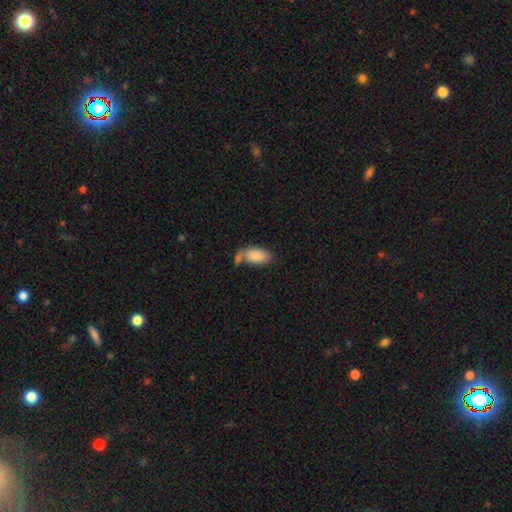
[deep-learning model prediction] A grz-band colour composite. It shows a smooth galaxy with no disk features (83%) that is in between round and cigar-shaped (93%). Merging: none (44%).